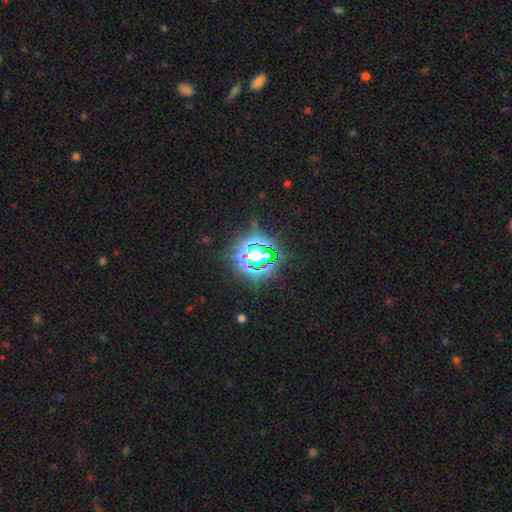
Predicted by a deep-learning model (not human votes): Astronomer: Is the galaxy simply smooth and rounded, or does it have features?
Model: star or artifact — 76%.